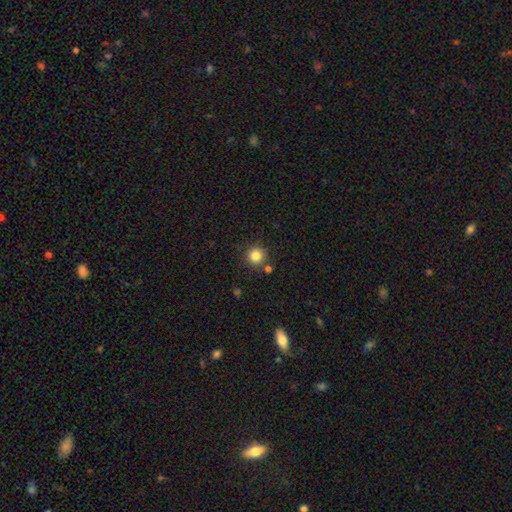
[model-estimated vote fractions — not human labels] A smooth galaxy with no disk features (83%) that is round (95%).

Vote fractions:
- Smooth or featured? smooth: 83% / star or artifact: 12% / featured or disk: 5%
- How rounded? round: 95% / in between: 4% / cigar-shaped: 1%
- Merging? none: 84% / minor disturbance: 7% / merger: 7% / major disturbance: 2%